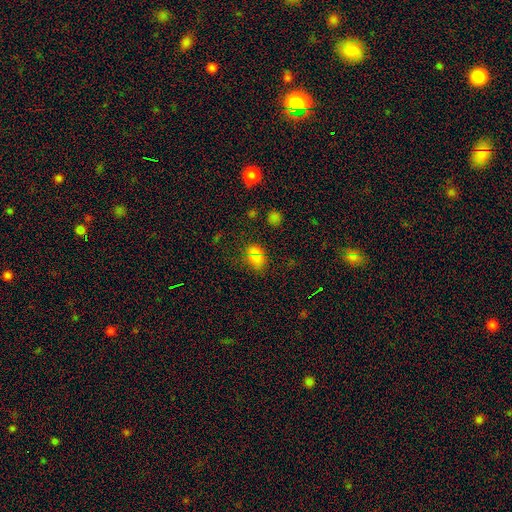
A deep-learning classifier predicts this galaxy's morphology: This is likely a smooth galaxy (72%). How rounded: likely in between (69%). Merging: likely none (73%).